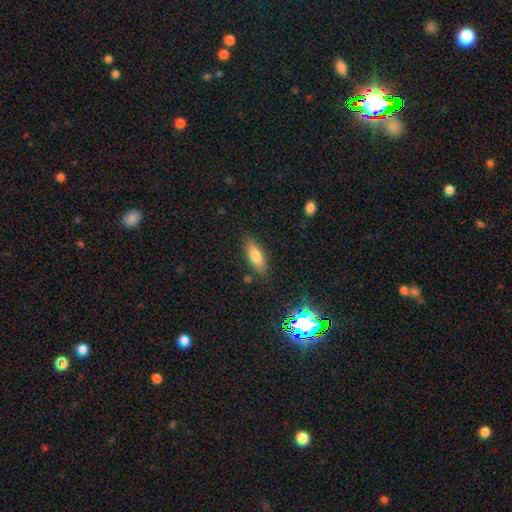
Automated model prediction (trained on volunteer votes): A smooth galaxy with no disk features (72%) that is in between round and cigar-shaped (64%). Merging: none (82%).